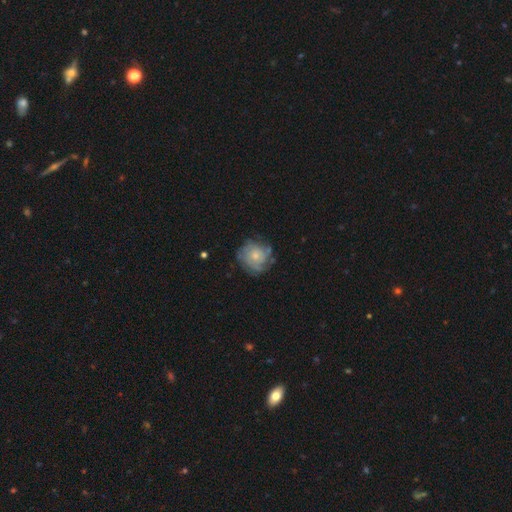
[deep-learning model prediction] Smooth or featured: featured or disk — 57% (smooth — 35%)
Edge-on disk: no — 98% (yes — 2%)
Bar: no — 85% (weak — 13%)
Spiral arms: yes — 76% (no — 24%)
Bulge size: small — 56% (moderate — 35%)
Merging: none — 68% (minor disturbance — 21%)